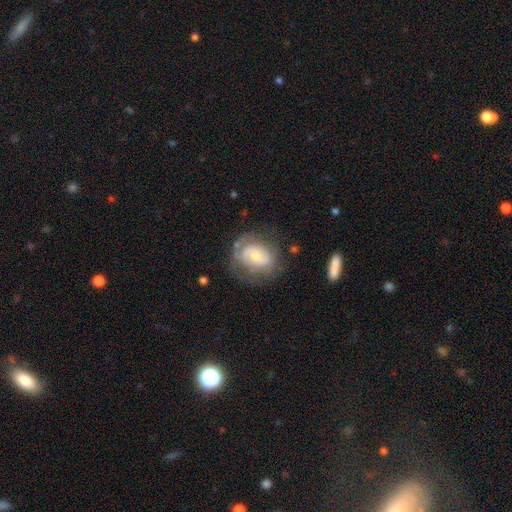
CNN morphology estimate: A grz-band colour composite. It shows a featured or disk galaxy (59%) with no bar (61%), spiral arms (65%) and a moderate central bulge (46%). Merging: none (56%).